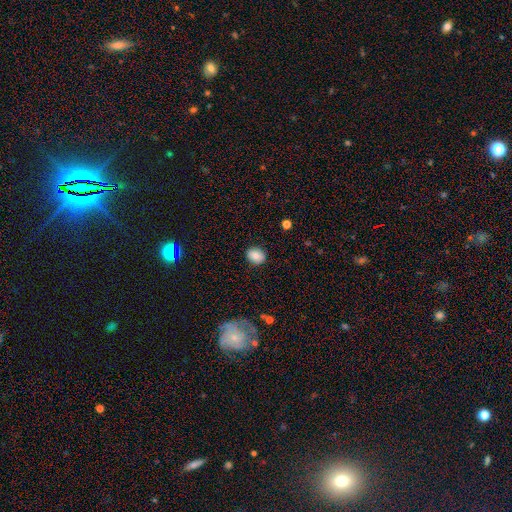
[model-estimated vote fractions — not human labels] smooth-or-featured: smooth: 81% | featured or disk: 10% | star or artifact: 9%
  how-rounded: round: 60% | in between: 39% | cigar-shaped: 1%
  merging: none: 87% | minor disturbance: 9% | major disturbance: 2% | merger: 1%